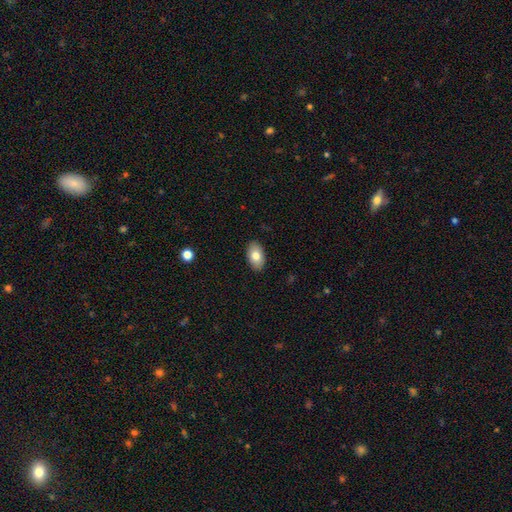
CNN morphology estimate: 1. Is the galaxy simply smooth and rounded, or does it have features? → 79% smooth, 14% featured or disk, 7% star or artifact.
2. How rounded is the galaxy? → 93% in between, 6% round, 1% cigar-shaped.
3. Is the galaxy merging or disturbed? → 89% none, 8% minor disturbance, 2% major disturbance, 1% merger.